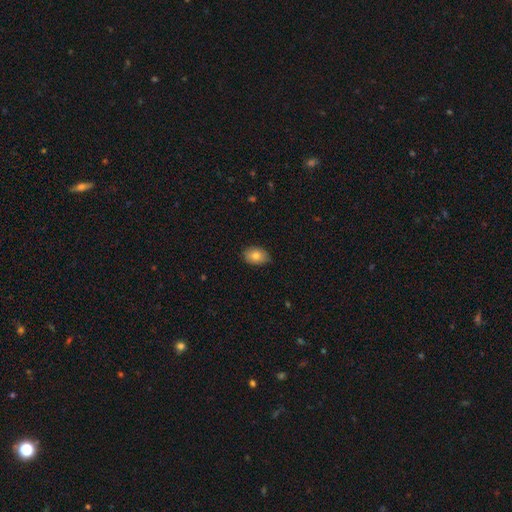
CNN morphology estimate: A smooth galaxy with no disk features (80%) that is in between round and cigar-shaped (79%).

Vote fractions:
- Smooth or featured? smooth: 80% / featured or disk: 11% / star or artifact: 8%
- How rounded? in between: 79% / round: 19% / cigar-shaped: 1%
- Merging? none: 83% / minor disturbance: 14% / major disturbance: 2% / merger: 1%